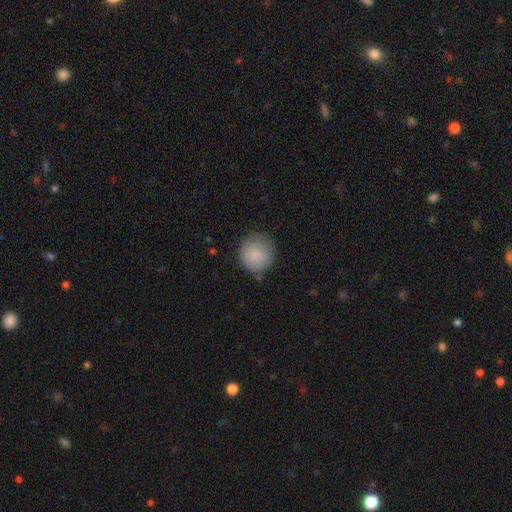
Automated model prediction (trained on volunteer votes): Morphology: type=smooth (86%); roundness=round (87%); merging=none (67%).